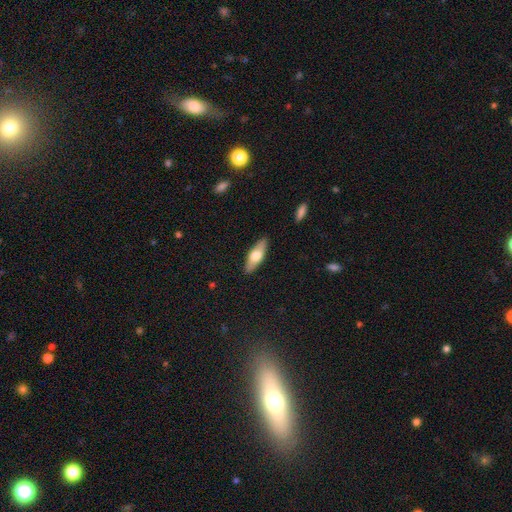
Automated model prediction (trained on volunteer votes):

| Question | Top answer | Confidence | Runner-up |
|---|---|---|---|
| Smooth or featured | smooth | 58% | featured or disk (37%) |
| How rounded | in between | 55% | cigar-shaped (43%) |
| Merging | none | 88% | minor disturbance (9%) |